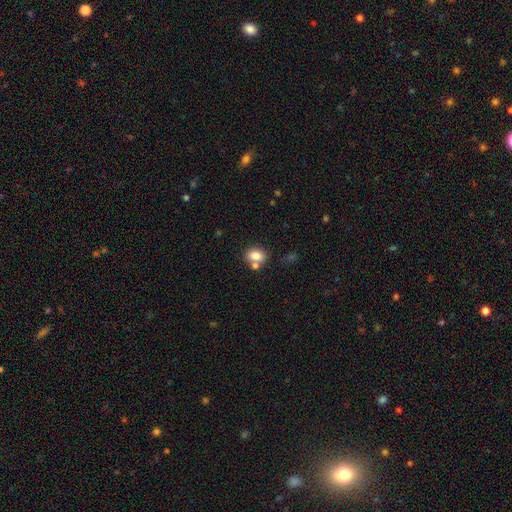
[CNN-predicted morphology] Smooth or featured? smooth (81%)
How rounded? in between (71%)
Merging? none (58%)